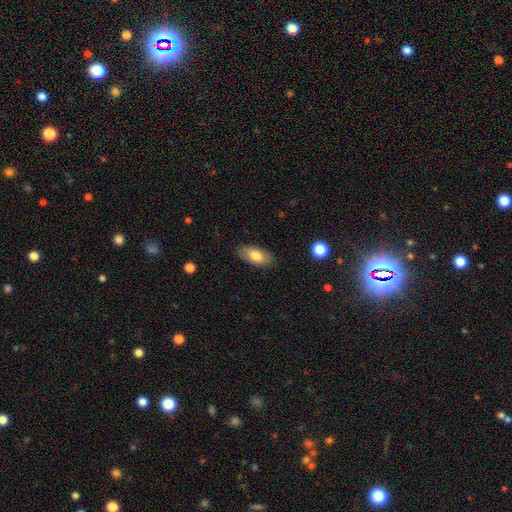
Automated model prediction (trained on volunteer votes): Smooth or featured? Predicted: smooth (p=0.78). How rounded? Predicted: in between (p=0.89). Merging? Predicted: none (p=0.86).